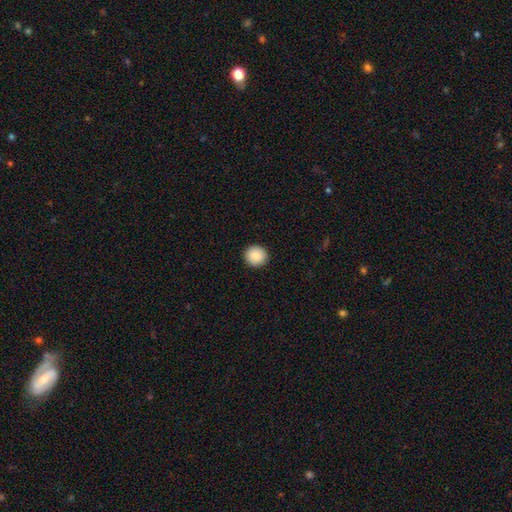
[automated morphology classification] smooth 87%, star or artifact 8%, featured or disk 6%. Down the decision tree: how rounded — round (94%); merging — none (93%).